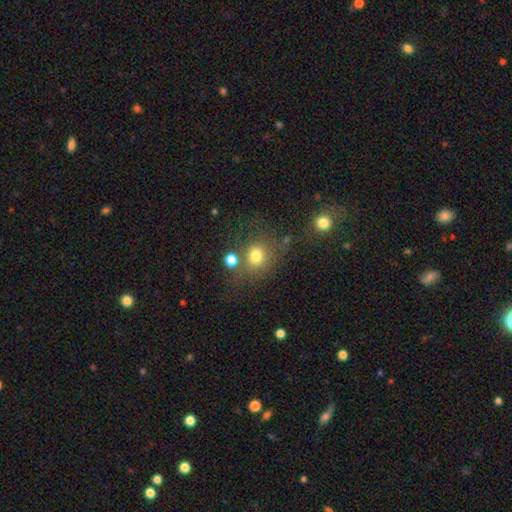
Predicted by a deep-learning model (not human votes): Overall: smooth (74%). How rounded: round (78%). Merging: none (63%).